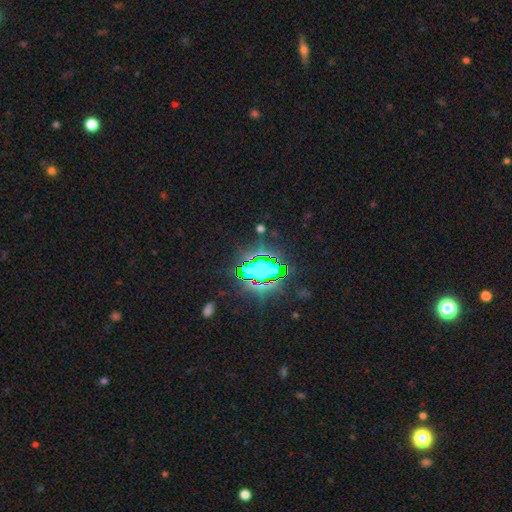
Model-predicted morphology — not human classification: Smooth or featured: star or artifact — 78% (smooth — 13%)